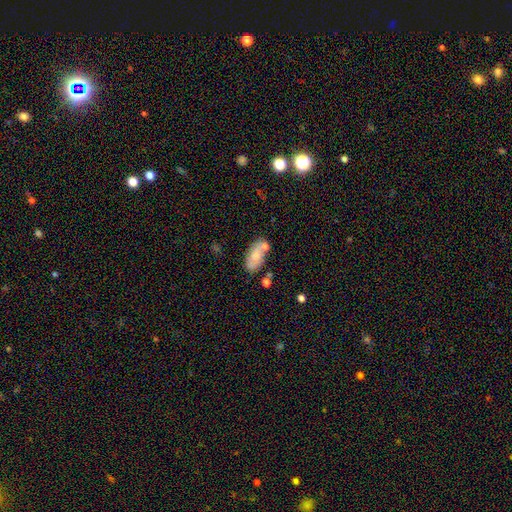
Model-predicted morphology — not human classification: smooth 71%, featured or disk 22%, star or artifact 7%. Down the decision tree: how rounded — in between (92%); merging — none (58%).